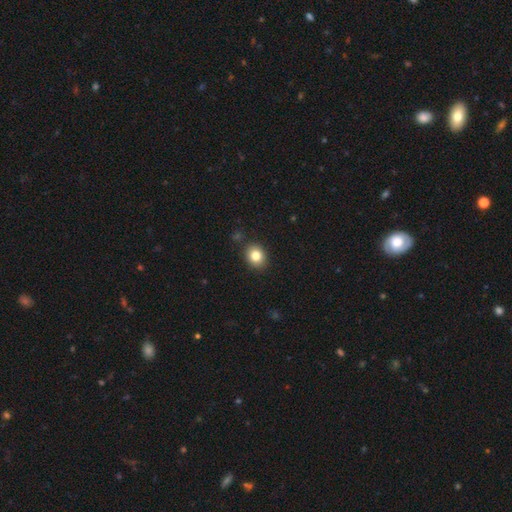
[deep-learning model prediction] Smooth or featured? Predicted: smooth (p=0.82). How rounded? Predicted: round (p=0.61). Merging? Predicted: none (p=0.87).